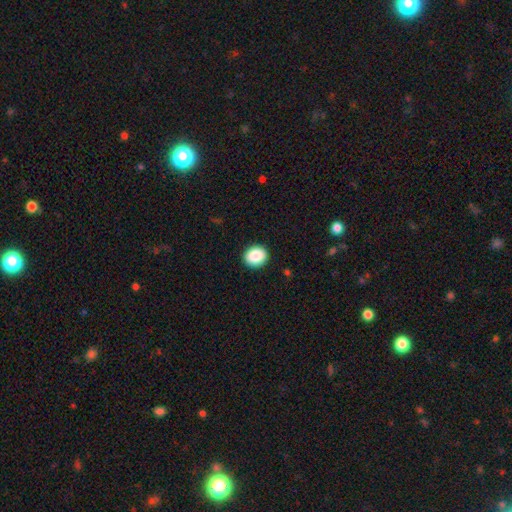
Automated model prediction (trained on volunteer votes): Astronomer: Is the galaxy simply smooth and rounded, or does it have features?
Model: smooth — 88%.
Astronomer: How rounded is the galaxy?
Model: round — 73%.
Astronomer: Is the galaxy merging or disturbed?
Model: none — 91%.